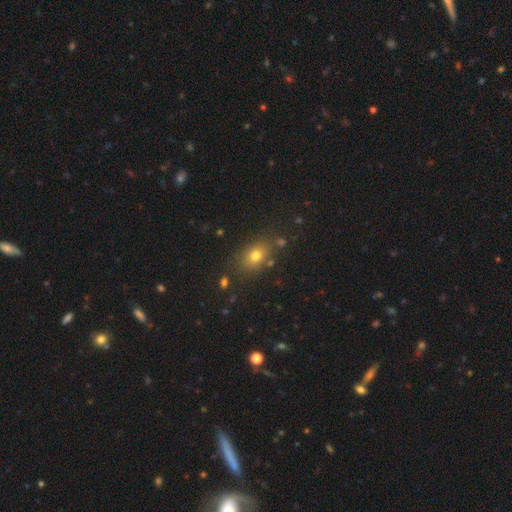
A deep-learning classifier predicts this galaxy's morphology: type=smooth (73%); roundness=in between (68%); merging=none (77%).